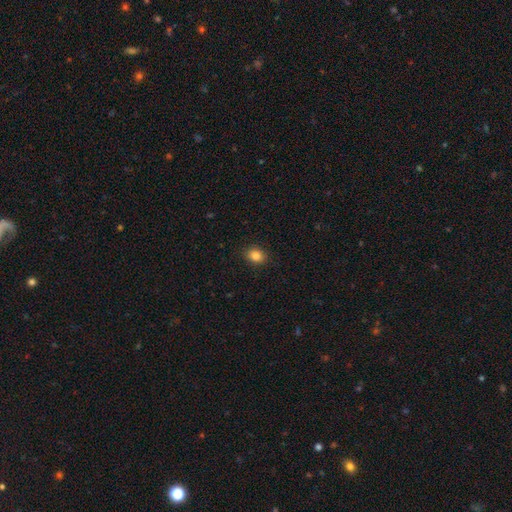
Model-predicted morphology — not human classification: Overall: smooth (85%). How rounded: round (51%; in between 48%). Merging: none (90%).